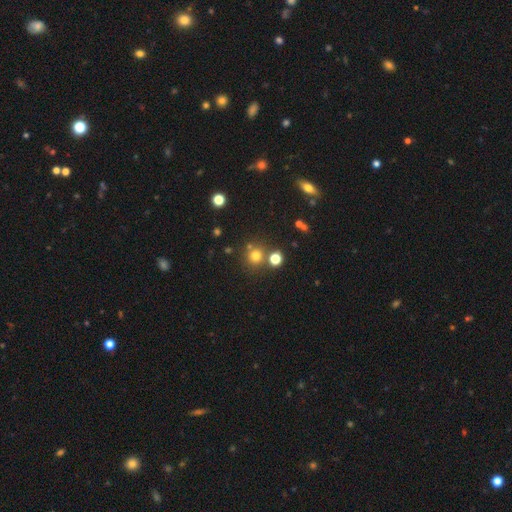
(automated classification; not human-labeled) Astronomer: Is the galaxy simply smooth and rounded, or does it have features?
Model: smooth — 73%.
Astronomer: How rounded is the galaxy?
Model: round — 91%.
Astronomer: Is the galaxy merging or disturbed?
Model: none — 74%.